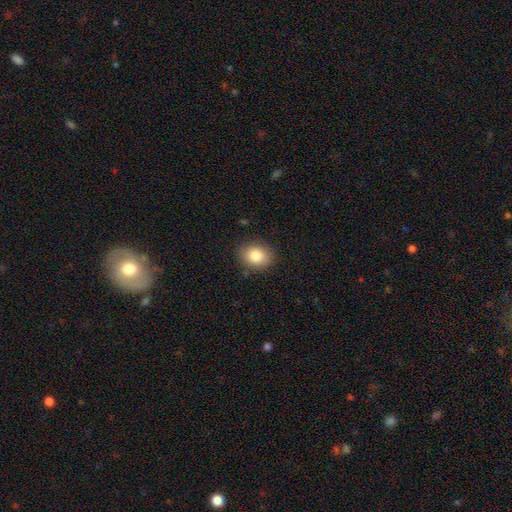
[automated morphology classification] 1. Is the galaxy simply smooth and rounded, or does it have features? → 84% smooth, 9% star or artifact, 7% featured or disk.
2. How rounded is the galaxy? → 54% in between, 45% round, 1% cigar-shaped.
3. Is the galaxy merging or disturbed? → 86% none, 10% minor disturbance, 3% major disturbance, 1% merger.